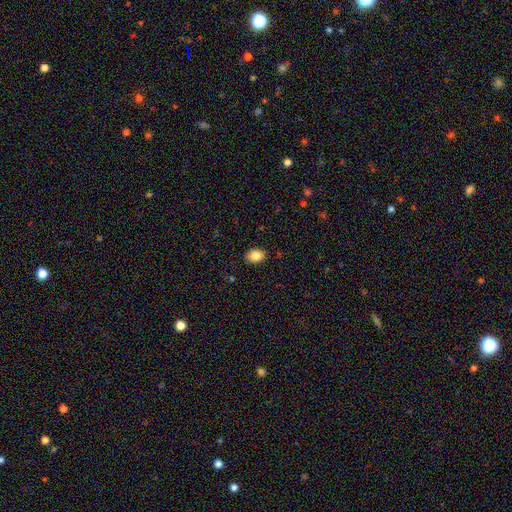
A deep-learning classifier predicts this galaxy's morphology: smooth 85%, star or artifact 8%, featured or disk 7%. Down the decision tree: how rounded — in between (78%); merging — none (87%).